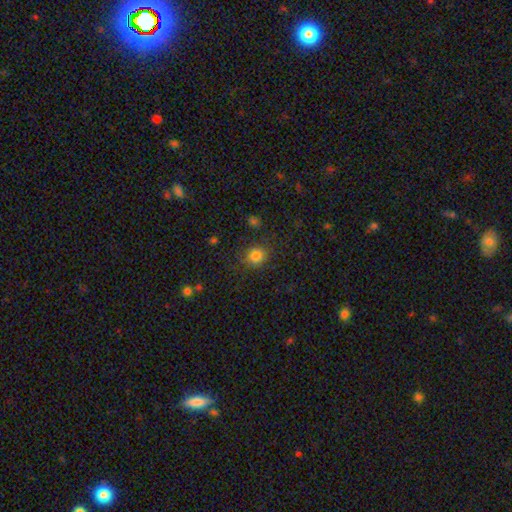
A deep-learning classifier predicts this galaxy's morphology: smooth-or-featured: smooth: 81% | star or artifact: 14% | featured or disk: 5%
  how-rounded: round: 82% | in between: 17% | cigar-shaped: 1%
  merging: none: 80% | minor disturbance: 13% | major disturbance: 5% | merger: 2%